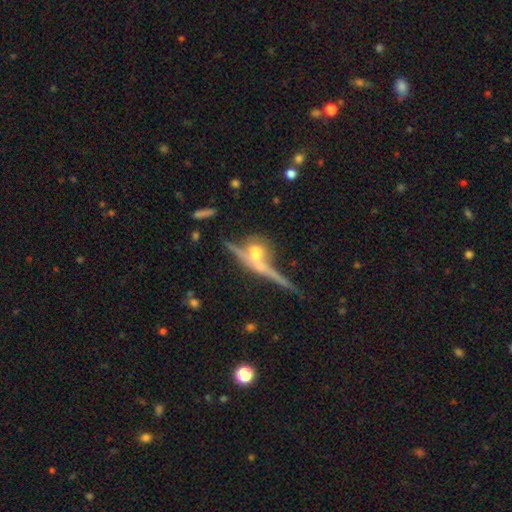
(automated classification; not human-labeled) Smooth or featured? featured or disk (70%)
Edge-on disk? yes (88%)
Edge-on bulge? rounded (62%)
Merging? none (55%)